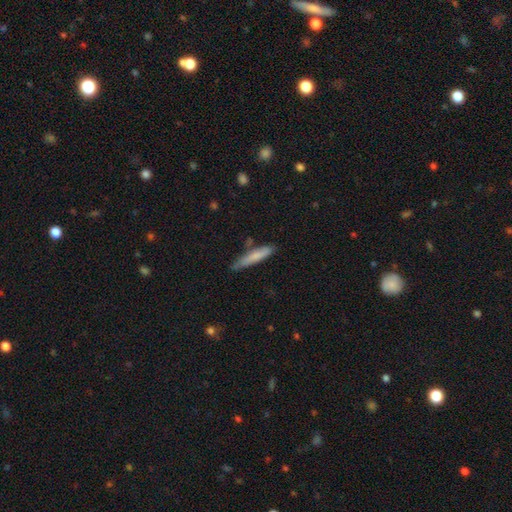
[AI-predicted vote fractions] A smooth galaxy with no disk features (75%) that is cigar-shaped (89%). Merging: none (68%).